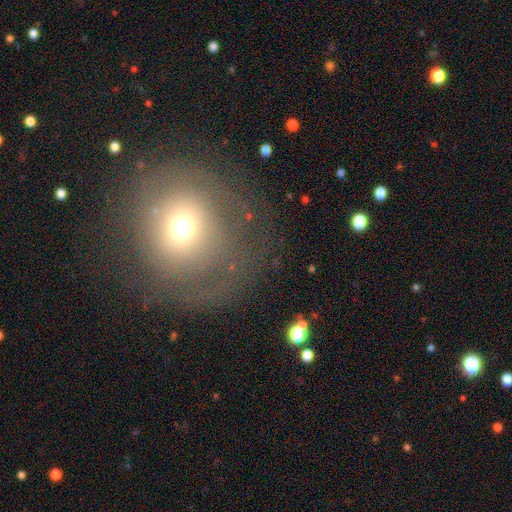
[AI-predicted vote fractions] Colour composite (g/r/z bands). It shows a smooth galaxy with no disk features (53%) that is round (88%). Merging: none (65%).